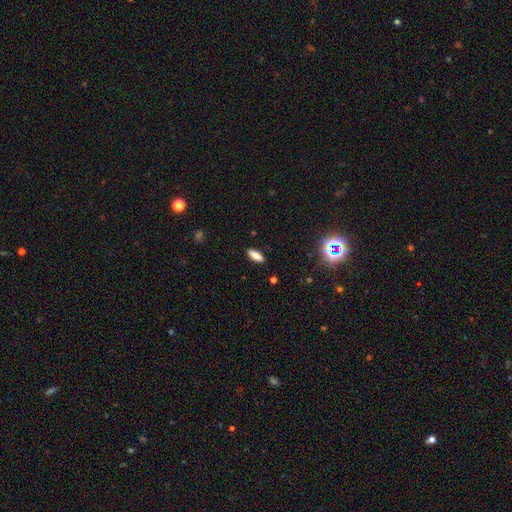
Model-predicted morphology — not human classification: smooth 74%, featured or disk 15%, star or artifact 11%. Down the decision tree: how rounded — in between (65%); merging — none (88%).